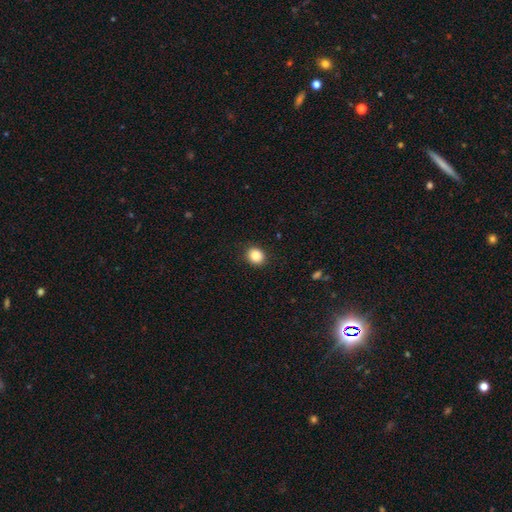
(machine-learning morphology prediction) A smooth galaxy with no disk features (87%) that is round (66%).

Vote fractions:
- Smooth or featured? smooth: 87% / star or artifact: 9% / featured or disk: 4%
- How rounded? round: 66% / in between: 33% / cigar-shaped: 1%
- Merging? none: 90% / minor disturbance: 7% / major disturbance: 2% / merger: 1%